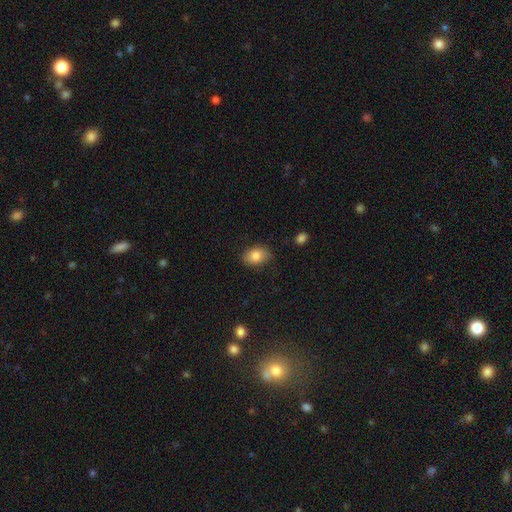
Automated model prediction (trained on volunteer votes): This is clearly a smooth galaxy (84%). How rounded: likely in between (77%). Merging: clearly none (81%).